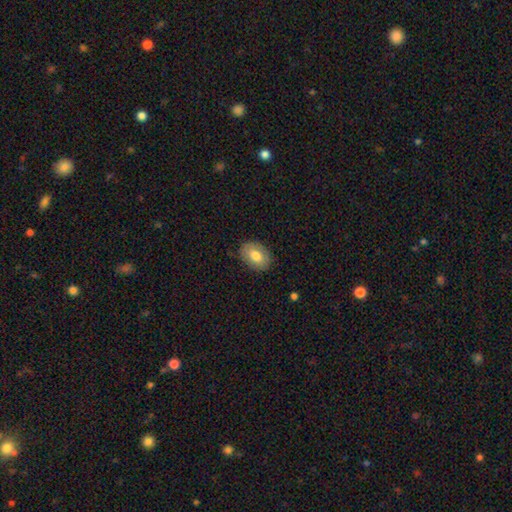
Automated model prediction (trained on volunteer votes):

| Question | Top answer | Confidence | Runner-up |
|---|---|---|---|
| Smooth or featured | smooth | 74% | featured or disk (19%) |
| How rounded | in between | 78% | round (21%) |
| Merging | none | 85% | minor disturbance (11%) |